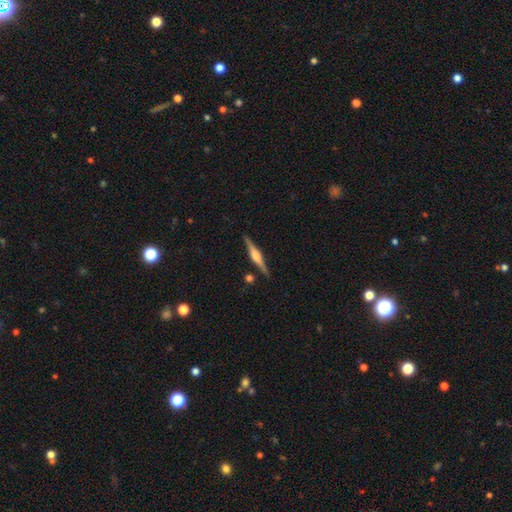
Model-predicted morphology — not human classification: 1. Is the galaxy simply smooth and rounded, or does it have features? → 78% featured or disk, 17% smooth, 6% star or artifact.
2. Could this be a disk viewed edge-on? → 98% yes, 2% no.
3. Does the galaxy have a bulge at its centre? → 79% rounded, 17% boxy, 4% none.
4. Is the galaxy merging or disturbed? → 88% none, 7% minor disturbance, 3% merger, 2% major disturbance.